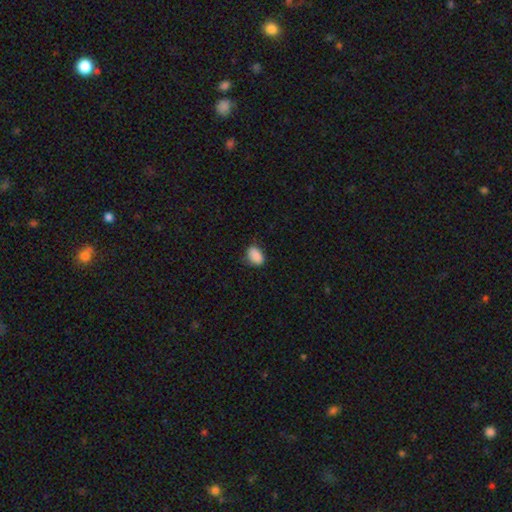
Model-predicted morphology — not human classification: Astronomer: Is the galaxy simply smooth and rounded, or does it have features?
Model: smooth — 89%.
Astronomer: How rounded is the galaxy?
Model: in between — 85%.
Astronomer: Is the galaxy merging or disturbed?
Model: none — 75%.